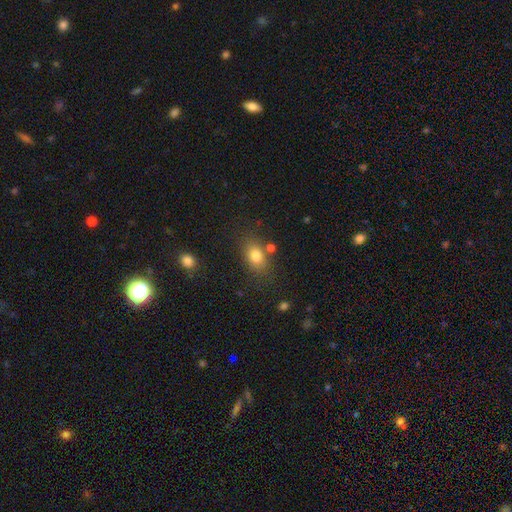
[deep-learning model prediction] The model was most divided on "how rounded": in between: 78%, round: 19%, cigar-shaped: 3%. More confident: smooth or featured — smooth (80%); merging — none (75%).